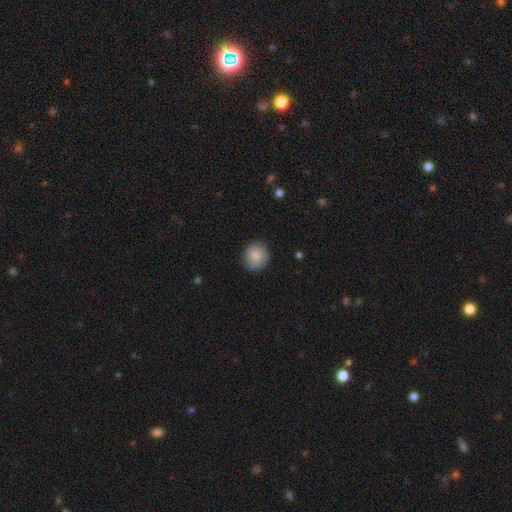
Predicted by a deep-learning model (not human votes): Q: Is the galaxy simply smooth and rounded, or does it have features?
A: smooth — 84%.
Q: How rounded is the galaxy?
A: round — 91%.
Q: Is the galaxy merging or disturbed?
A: none — 77%.